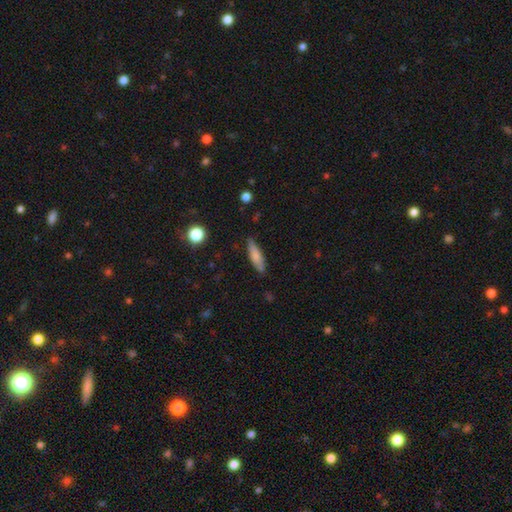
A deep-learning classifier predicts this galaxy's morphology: A smooth galaxy with no disk features (75%) that is cigar-shaped (65%).

Vote fractions:
- Smooth or featured? smooth: 75% / featured or disk: 18% / star or artifact: 7%
- How rounded? cigar-shaped: 65% / in between: 33% / round: 2%
- Merging? none: 80% / minor disturbance: 15% / major disturbance: 3% / merger: 2%